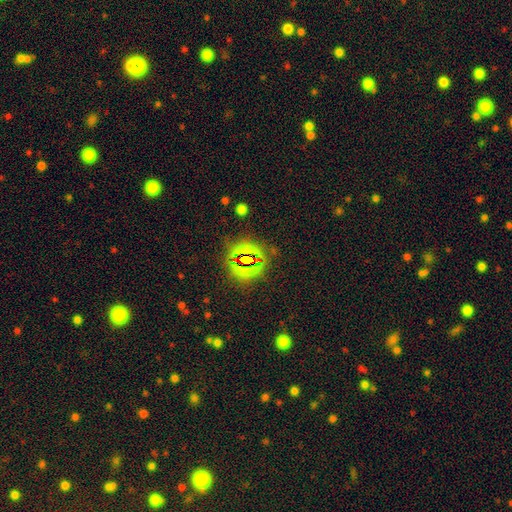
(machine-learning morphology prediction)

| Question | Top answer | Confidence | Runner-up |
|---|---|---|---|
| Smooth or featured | star or artifact | 79% | smooth (13%) |